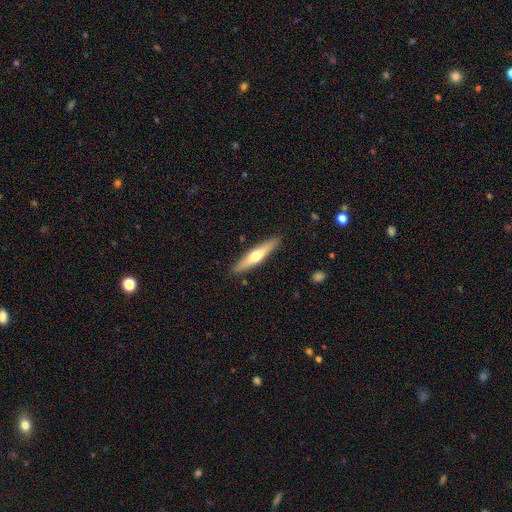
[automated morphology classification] Smooth or featured?
  - featured or disk: 49% *
  - smooth: 46%
  - star or artifact: 5%
Merging?
  - none: 89% *
  - minor disturbance: 8%
  - major disturbance: 2%
  - merger: 1%